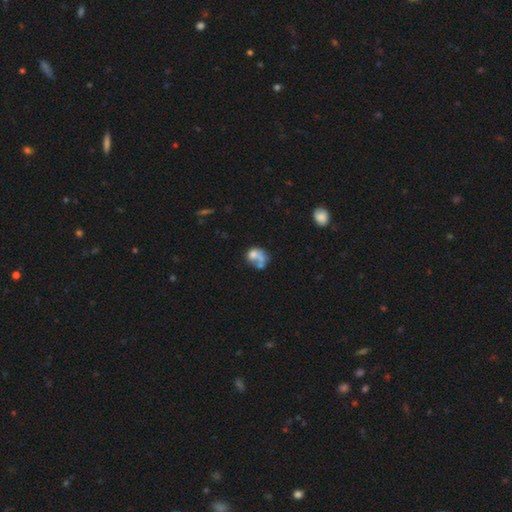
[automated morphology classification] Q: Smooth or featured?
A: smooth (53%); runner-up: featured or disk (36%)
Q: How rounded?
A: round (52%); runner-up: in between (47%)
Q: Merging?
A: merger (43%); runner-up: none (27%)